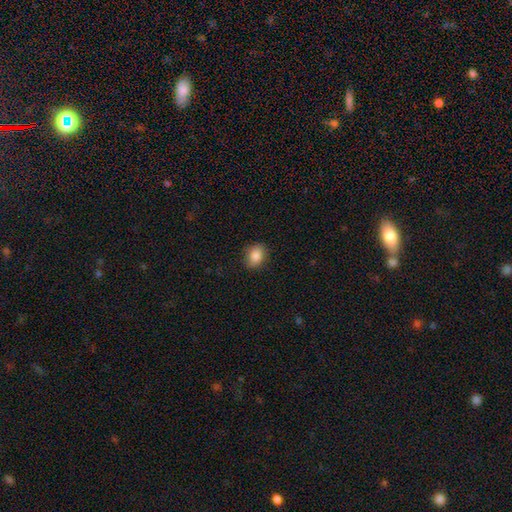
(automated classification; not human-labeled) smooth-or-featured: smooth: 86% | star or artifact: 8% | featured or disk: 6%
  how-rounded: in between: 62% | round: 37% | cigar-shaped: 1%
  merging: none: 85% | minor disturbance: 11% | major disturbance: 3% | merger: 1%